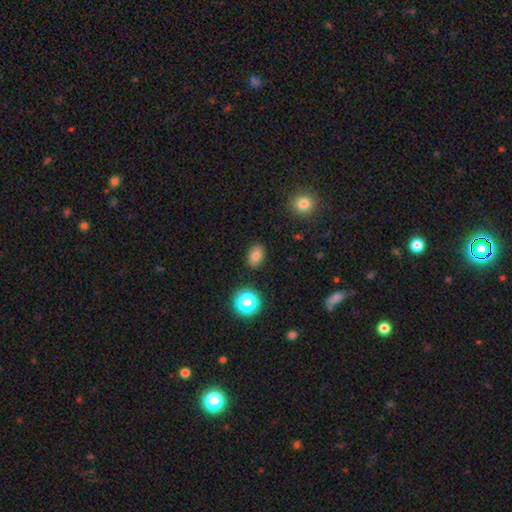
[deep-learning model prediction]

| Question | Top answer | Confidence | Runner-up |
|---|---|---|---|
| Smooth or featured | smooth | 77% | star or artifact (14%) |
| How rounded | in between | 76% | round (23%) |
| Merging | none | 86% | minor disturbance (9%) |